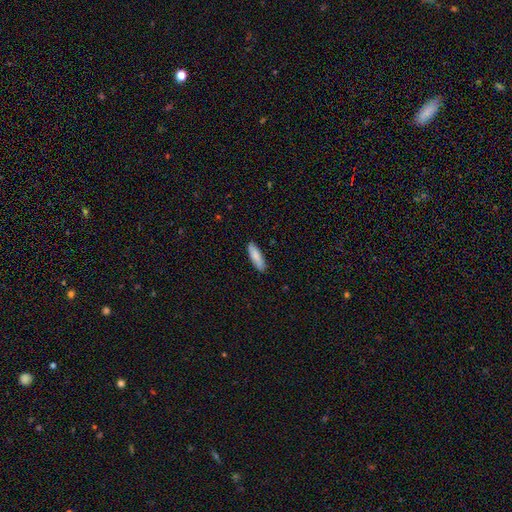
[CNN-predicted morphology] type=smooth (85%); roundness=cigar-shaped (55%); merging=none (87%).